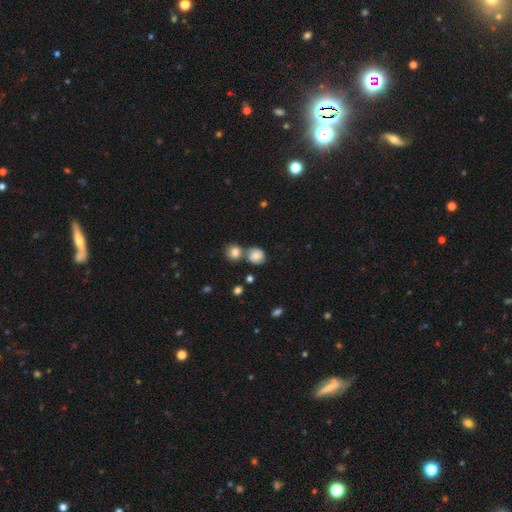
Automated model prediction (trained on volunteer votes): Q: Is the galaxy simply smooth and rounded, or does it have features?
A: smooth — 68%.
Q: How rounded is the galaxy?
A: round — 77%.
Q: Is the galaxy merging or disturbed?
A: none — 49%.